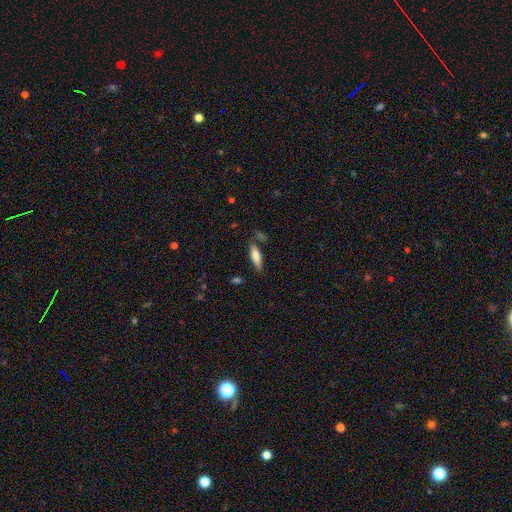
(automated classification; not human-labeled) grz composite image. It shows a smooth galaxy with no disk features (75%) that is cigar-shaped (51%). Merging: none (75%).